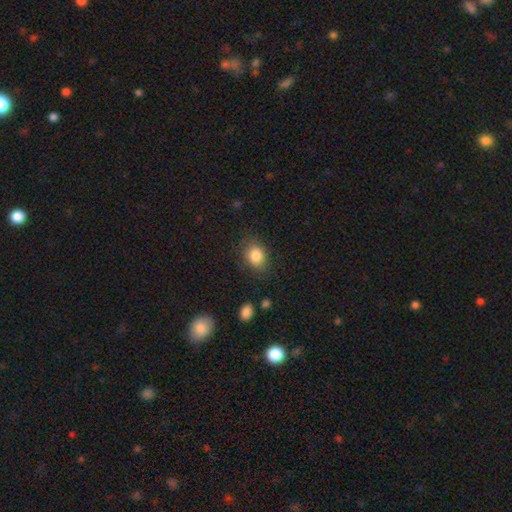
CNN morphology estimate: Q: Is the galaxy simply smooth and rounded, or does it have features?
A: smooth — 84%.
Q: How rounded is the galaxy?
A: in between — 51%.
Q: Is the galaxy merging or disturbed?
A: none — 80%.